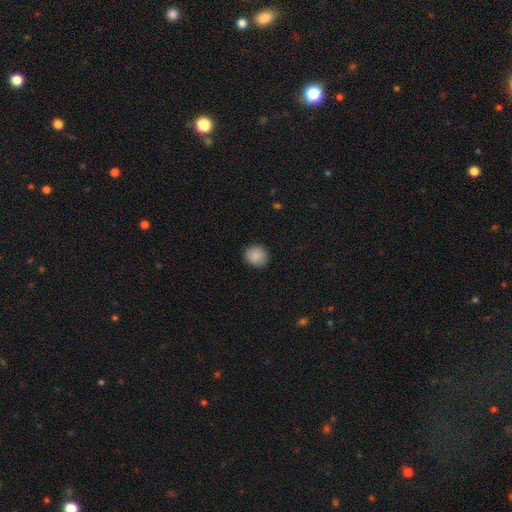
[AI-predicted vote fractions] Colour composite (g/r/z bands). It shows a smooth galaxy with no disk features (88%) that is round (84%). Merging: none (89%).